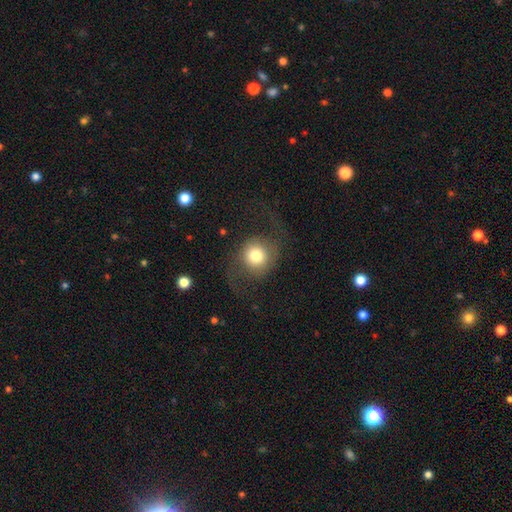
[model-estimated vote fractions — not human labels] Smooth or featured?
  - smooth: 63% *
  - featured or disk: 28%
  - star or artifact: 10%
How rounded?
  - round: 85% *
  - in between: 13%
  - cigar-shaped: 1%
Merging?
  - none: 55% *
  - major disturbance: 27%
  - minor disturbance: 15%
  - merger: 2%